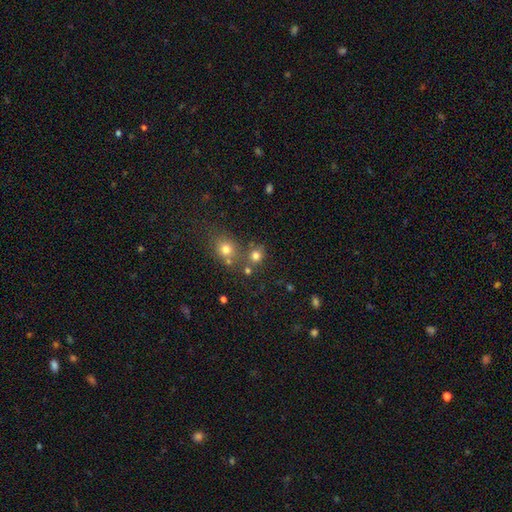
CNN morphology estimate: Smooth or featured?
  - smooth: 75% *
  - star or artifact: 17%
  - featured or disk: 8%
How rounded?
  - round: 81% *
  - in between: 18%
  - cigar-shaped: 1%
Merging?
  - none: 61% *
  - merger: 24%
  - minor disturbance: 10%
  - major disturbance: 5%